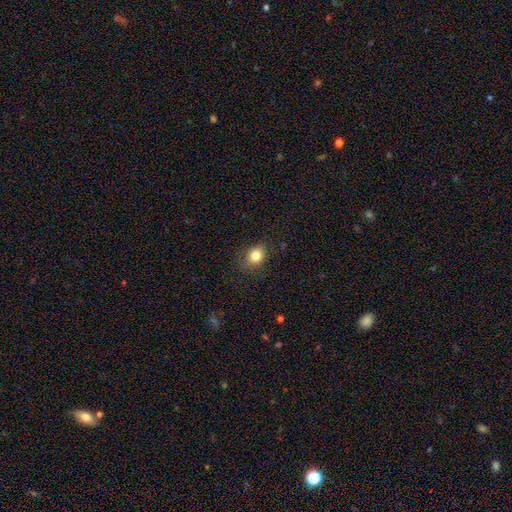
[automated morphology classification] Smooth or featured? smooth (82%)
How rounded? round (51%)
Merging? none (81%)